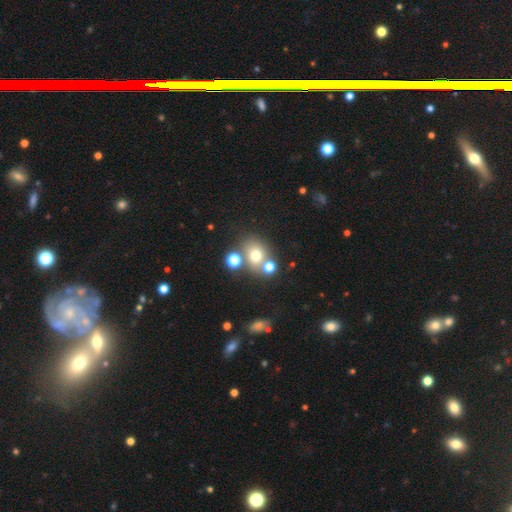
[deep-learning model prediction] Smooth or featured? smooth (68%)
How rounded? round (62%)
Merging? none (59%)